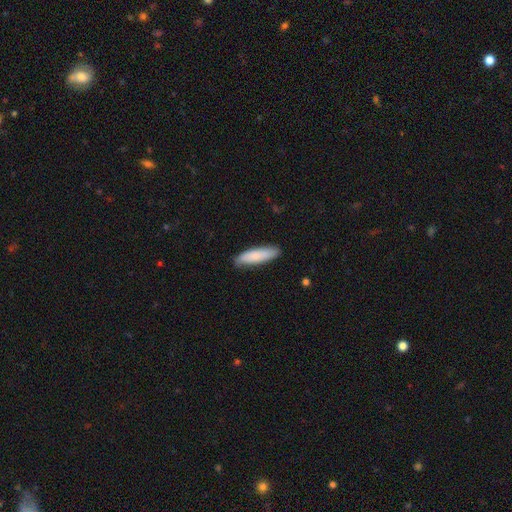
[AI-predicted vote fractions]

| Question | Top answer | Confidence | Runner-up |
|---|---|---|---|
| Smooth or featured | smooth | 82% | featured or disk (12%) |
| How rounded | cigar-shaped | 66% | in between (33%) |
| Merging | none | 84% | minor disturbance (13%) |